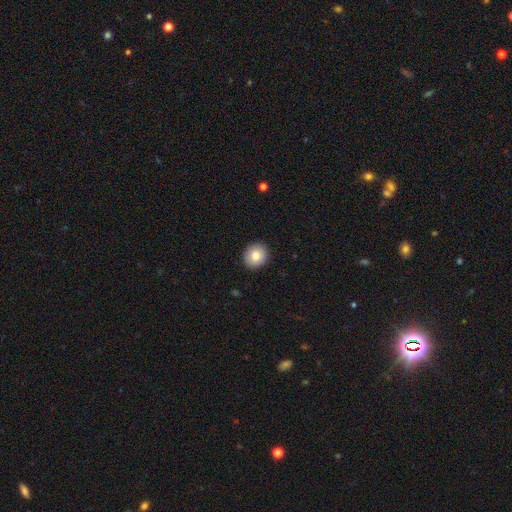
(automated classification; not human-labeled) A smooth galaxy with no disk features (83%) that is round (79%).

Vote fractions:
- Smooth or featured? smooth: 83% / featured or disk: 9% / star or artifact: 8%
- How rounded? round: 79% / in between: 20% / cigar-shaped: 1%
- Merging? none: 91% / minor disturbance: 6% / major disturbance: 2% / merger: 1%